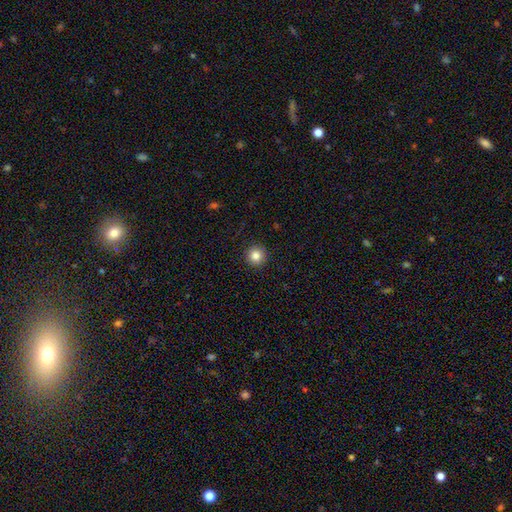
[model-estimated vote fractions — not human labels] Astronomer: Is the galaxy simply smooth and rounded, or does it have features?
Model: smooth — 84%.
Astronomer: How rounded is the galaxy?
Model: round — 95%.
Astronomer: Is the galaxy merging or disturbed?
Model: none — 92%.